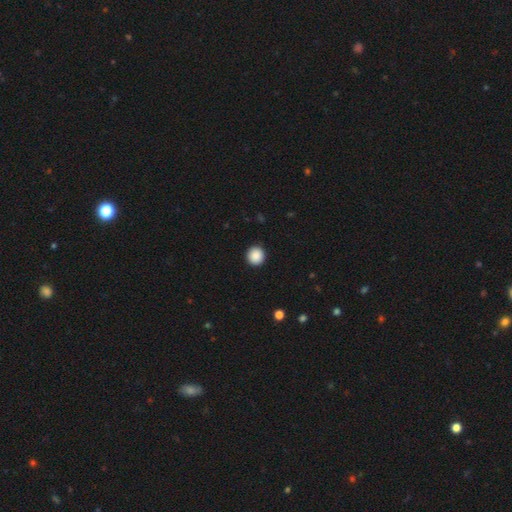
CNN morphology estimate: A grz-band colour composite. It shows a smooth galaxy with no disk features (89%) that is round (95%). Merging: none (93%).